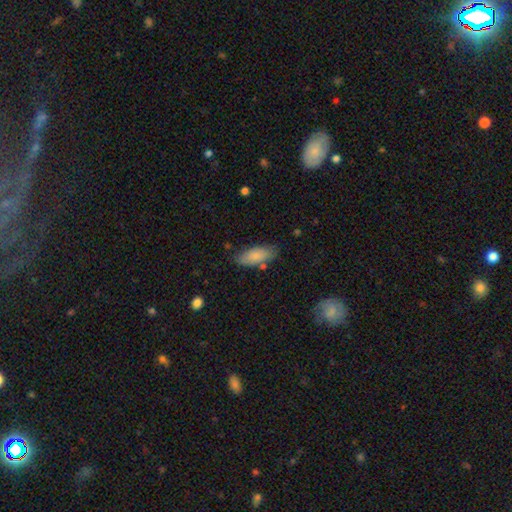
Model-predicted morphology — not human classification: Smooth or featured? Predicted: smooth (p=0.84). How rounded? Predicted: in between (p=0.84). Merging? Predicted: none (p=0.74).